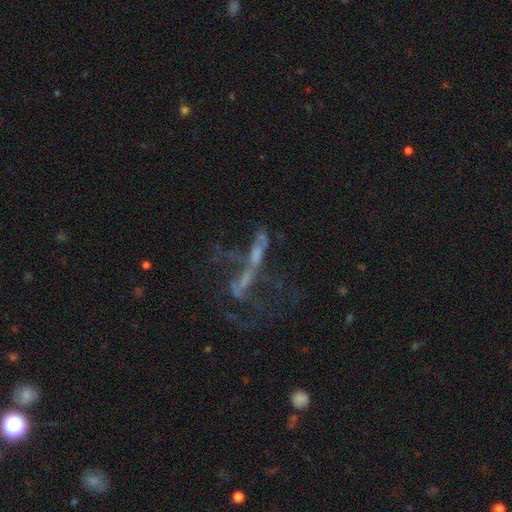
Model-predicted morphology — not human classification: Smooth or featured? Predicted: featured or disk (p=0.60). Edge-on disk? Predicted: no (p=0.76). Merging? Predicted: major disturbance (p=0.38).